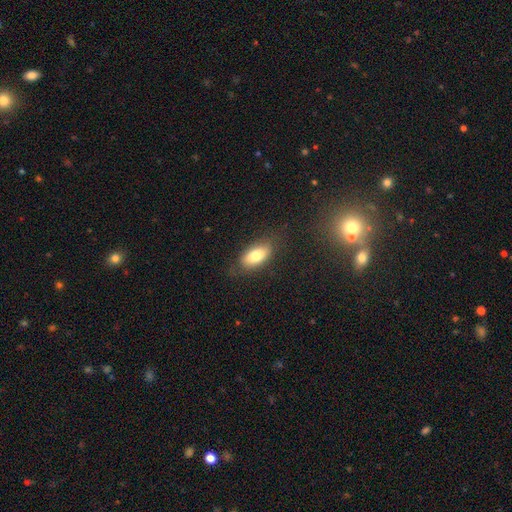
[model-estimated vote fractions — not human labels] Smooth or featured?
  - smooth: 77% *
  - featured or disk: 16%
  - star or artifact: 7%
How rounded?
  - in between: 90% *
  - cigar-shaped: 7%
  - round: 3%
Merging?
  - none: 77% *
  - minor disturbance: 16%
  - major disturbance: 6%
  - merger: 1%